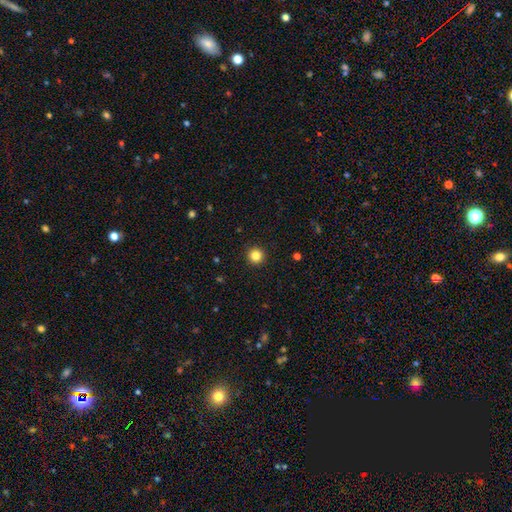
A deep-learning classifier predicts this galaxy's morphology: Smooth or featured?
  - smooth: 84% *
  - star or artifact: 12%
  - featured or disk: 4%
How rounded?
  - round: 96% *
  - in between: 3%
  - cigar-shaped: 1%
Merging?
  - none: 93% *
  - minor disturbance: 4%
  - major disturbance: 2%
  - merger: 1%